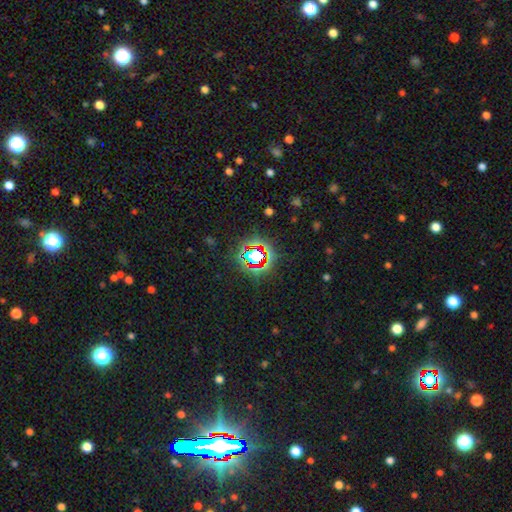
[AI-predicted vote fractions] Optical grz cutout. It shows a star or artifact, not a galaxy (72%).